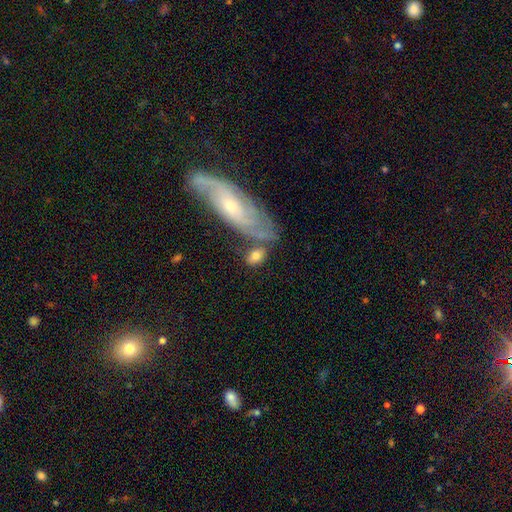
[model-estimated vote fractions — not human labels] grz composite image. It shows a smooth galaxy with no disk features (70%) that is in between round and cigar-shaped (81%). Merging: none (53%).